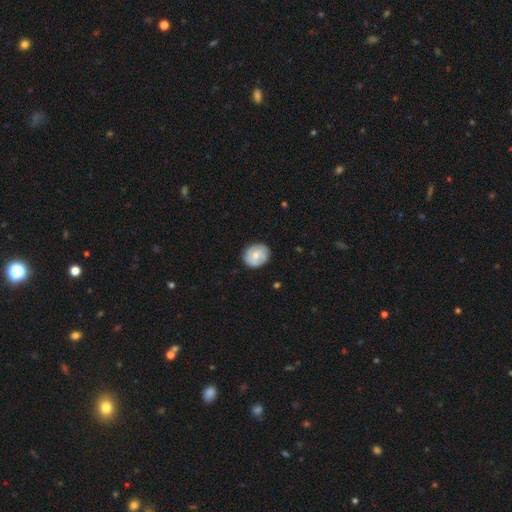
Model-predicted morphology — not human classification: The model was most divided on "smooth or featured": smooth: 47%, featured or disk: 46%, star or artifact: 6%. More confident: merging — none (80%).